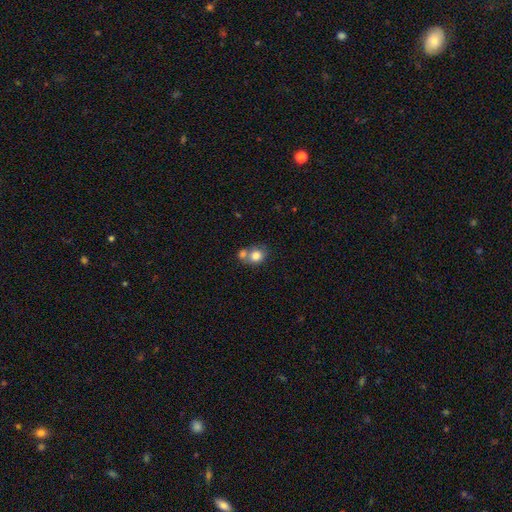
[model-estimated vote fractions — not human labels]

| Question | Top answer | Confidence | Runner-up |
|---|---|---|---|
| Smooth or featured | smooth | 80% | featured or disk (11%) |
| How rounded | round | 66% | in between (33%) |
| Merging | merger | 49% | none (38%) |